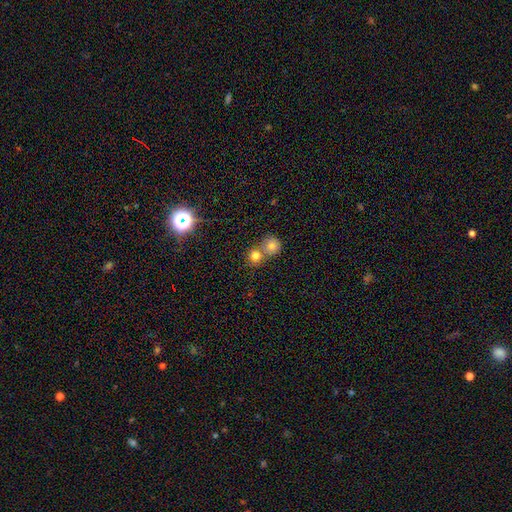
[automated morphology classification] Q: Smooth or featured?
A: smooth (76%); runner-up: star or artifact (15%)
Q: How rounded?
A: round (87%); runner-up: in between (12%)
Q: Merging?
A: merger (46%); tied with: none (46%)